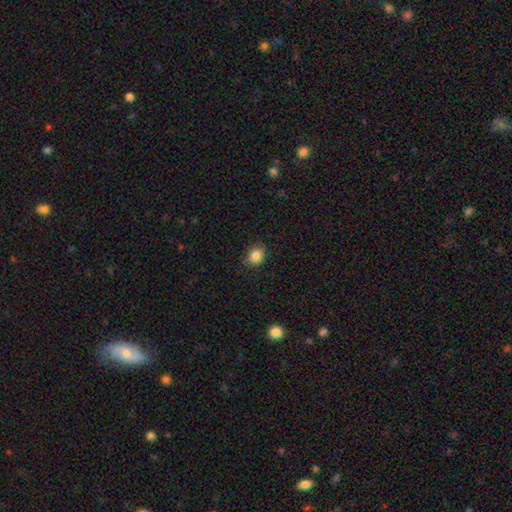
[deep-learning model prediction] This appears to be a smooth galaxy with no disk features (84%) that is round (52%). Merging: none (81%).